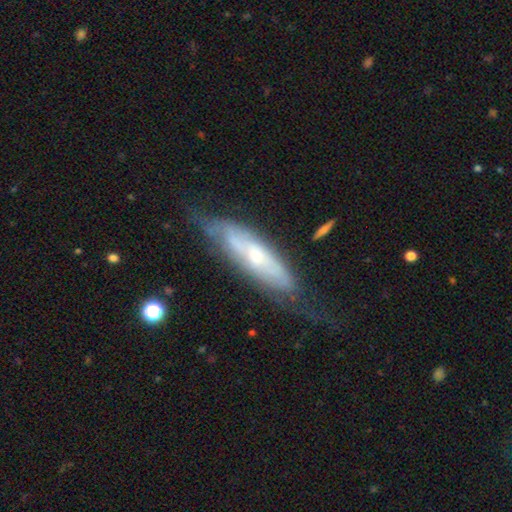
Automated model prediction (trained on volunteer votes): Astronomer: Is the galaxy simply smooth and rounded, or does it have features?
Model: featured or disk — 69%.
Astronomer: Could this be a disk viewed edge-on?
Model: no — 67%.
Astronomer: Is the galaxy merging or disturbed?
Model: none — 56%.